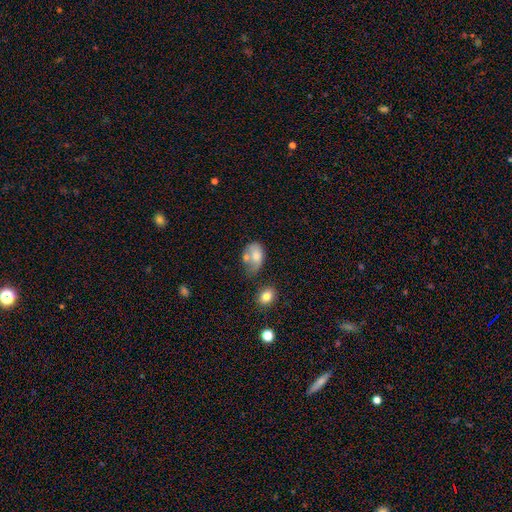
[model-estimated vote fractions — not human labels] This is likely a smooth galaxy (69%). How rounded: clearly in between (82%). Merging: marginally merger (29%).